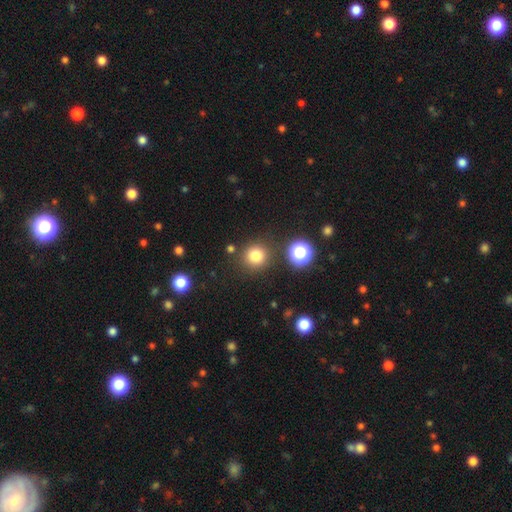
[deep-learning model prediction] This is likely a smooth galaxy (79%). How rounded: clearly round (93%). Merging: clearly none (84%).